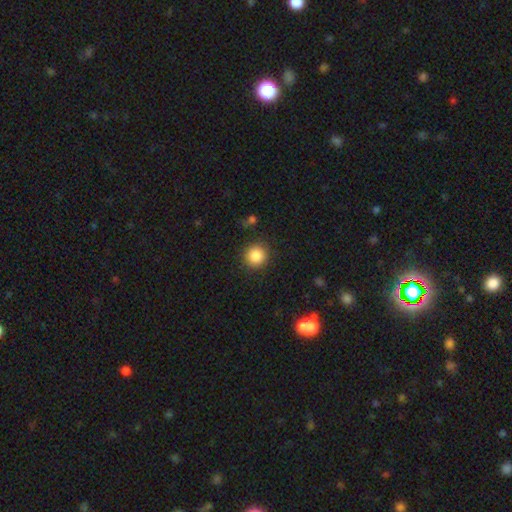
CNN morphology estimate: smooth 86%, star or artifact 10%, featured or disk 4%. Down the decision tree: how rounded — round (92%); merging — none (88%).